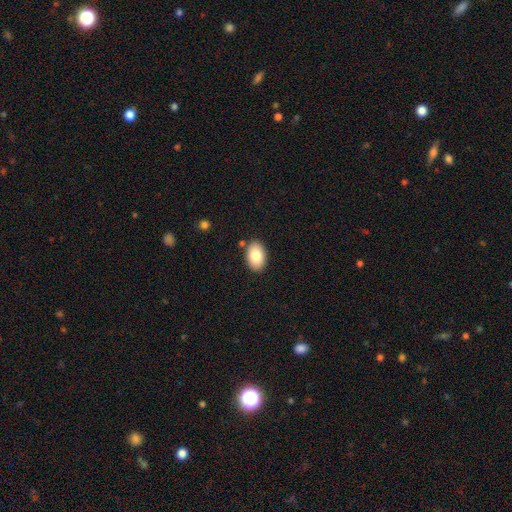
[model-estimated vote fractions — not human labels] smooth 84%, featured or disk 10%, star or artifact 7%. Down the decision tree: how rounded — in between (90%); merging — none (86%).